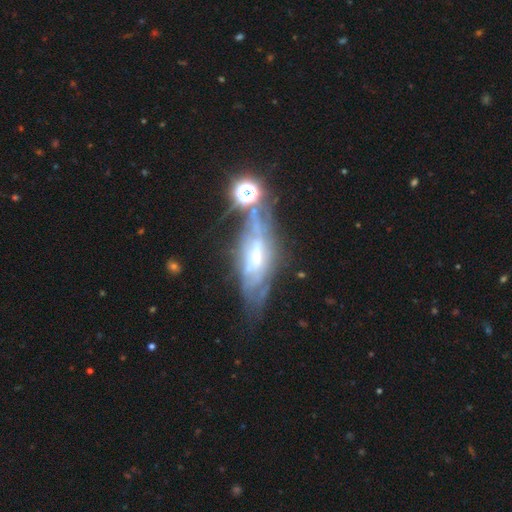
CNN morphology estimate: This is likely a featured or disk galaxy (71%). It is possibly not viewed edge-on (60%). Merging: marginally none (42%).